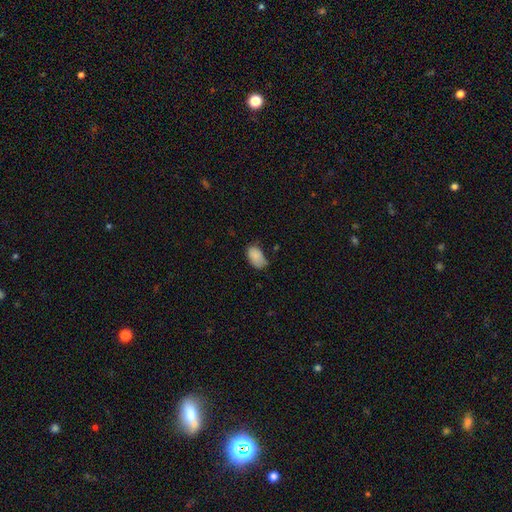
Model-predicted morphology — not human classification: A smooth galaxy with no disk features (86%) that is in between round and cigar-shaped (91%).

Vote fractions:
- Smooth or featured? smooth: 86% / star or artifact: 8% / featured or disk: 6%
- How rounded? in between: 91% / round: 8% / cigar-shaped: 1%
- Merging? none: 52% / minor disturbance: 37% / major disturbance: 9% / merger: 3%